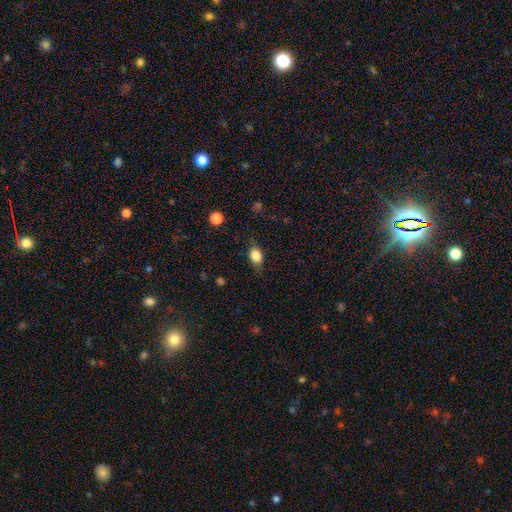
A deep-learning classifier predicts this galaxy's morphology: Smooth or featured: smooth — 83% (star or artifact — 9%)
How rounded: in between — 70% (round — 28%)
Merging: none — 73% (minor disturbance — 20%)